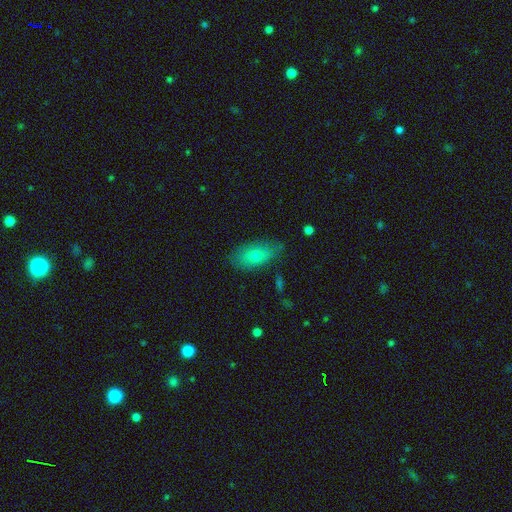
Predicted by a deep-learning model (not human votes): smooth-or-featured: smooth: 73% | featured or disk: 19% | star or artifact: 8%
  how-rounded: in between: 89% | round: 6% | cigar-shaped: 5%
  merging: none: 75% | minor disturbance: 19% | major disturbance: 4% | merger: 2%